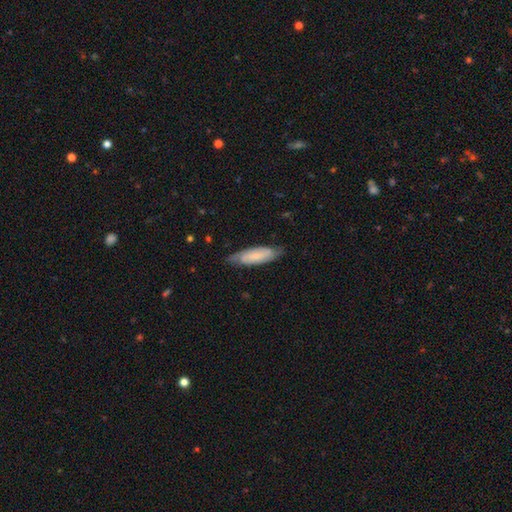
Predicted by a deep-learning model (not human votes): This is likely a smooth galaxy (62%). How rounded: possibly in between (49%, tied with cigar-shaped). Merging: likely none (74%).